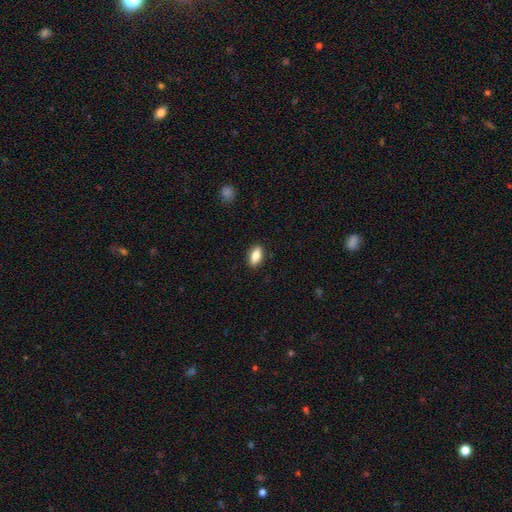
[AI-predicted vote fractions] A smooth galaxy with no disk features (80%) that is in between round and cigar-shaped (86%).

Vote fractions:
- Smooth or featured? smooth: 80% / featured or disk: 13% / star or artifact: 7%
- How rounded? in between: 86% / cigar-shaped: 10% / round: 4%
- Merging? none: 89% / minor disturbance: 8% / major disturbance: 2% / merger: 1%